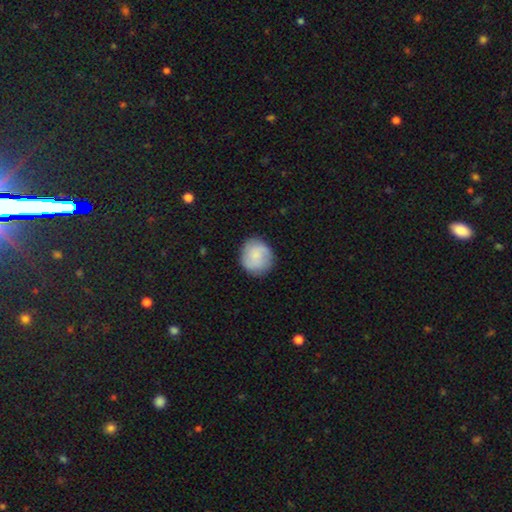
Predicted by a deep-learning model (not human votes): smooth_or_featured: smooth (p=0.71) [alt: featured or disk p=0.22]
how_rounded: round (p=0.84) [alt: in between p=0.15]
merging: none (p=0.80) [alt: minor disturbance p=0.14]